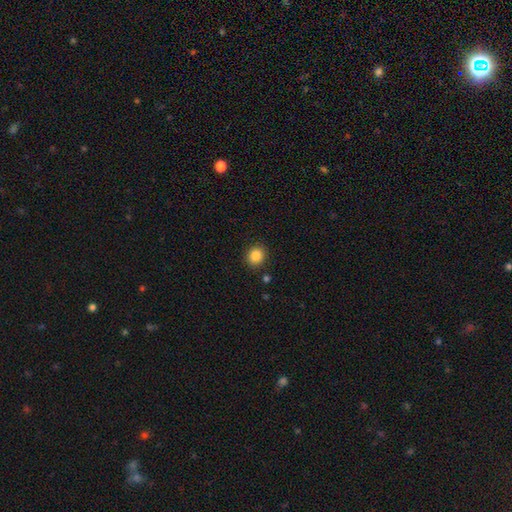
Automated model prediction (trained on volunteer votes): smooth-or-featured: smooth: 86% | star or artifact: 10% | featured or disk: 4%
  how-rounded: round: 78% | in between: 21% | cigar-shaped: 1%
  merging: none: 89% | minor disturbance: 7% | major disturbance: 2% | merger: 2%